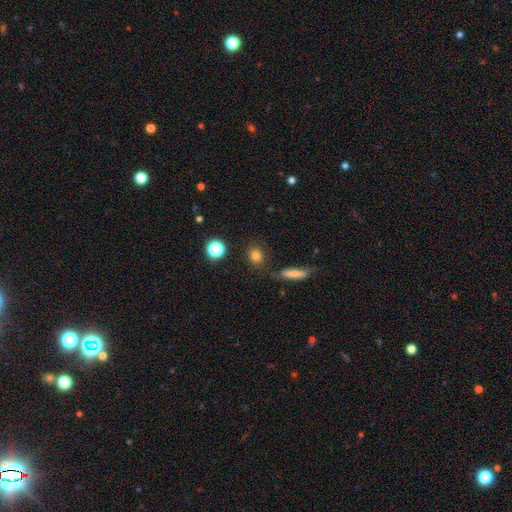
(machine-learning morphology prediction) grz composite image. It shows a smooth galaxy with no disk features (79%) that is round (59%). Merging: none (82%).